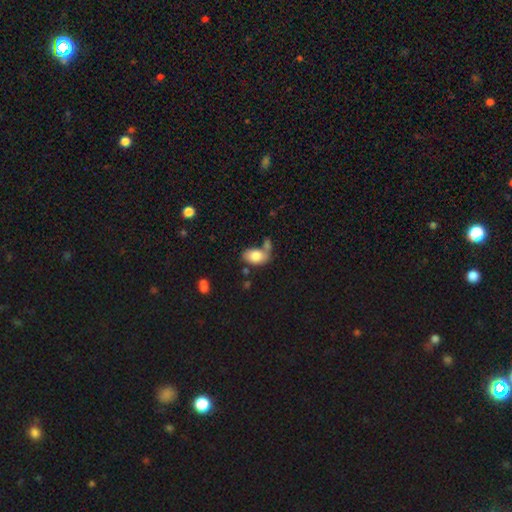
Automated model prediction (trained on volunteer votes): smooth_or_featured: smooth (p=0.82) [alt: featured or disk p=0.10]
how_rounded: in between (p=0.89) [alt: round p=0.10]
merging: none (p=0.42) [alt: merger p=0.30]